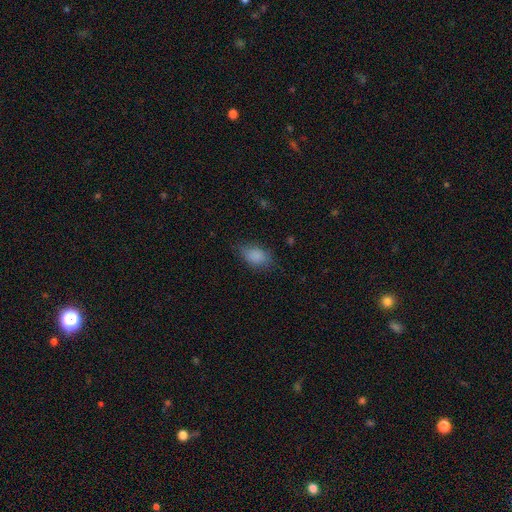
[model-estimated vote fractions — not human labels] Smooth or featured: smooth — 87% (star or artifact — 8%)
How rounded: in between — 86% (round — 12%)
Merging: none — 75% (minor disturbance — 19%)